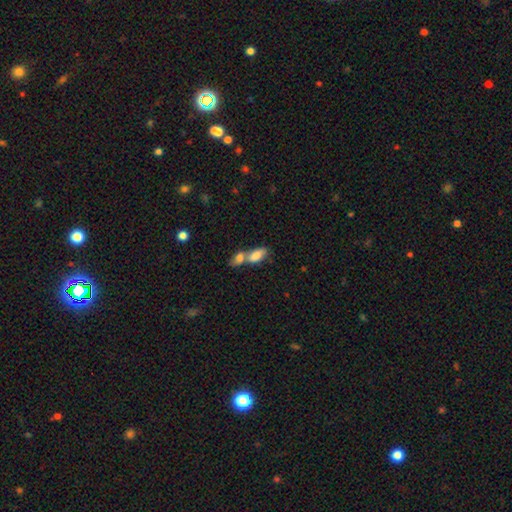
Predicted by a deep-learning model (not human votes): Smooth or featured: smooth — 80% (featured or disk — 13%)
How rounded: in between — 86% (cigar-shaped — 10%)
Merging: merger — 69% (none — 20%)